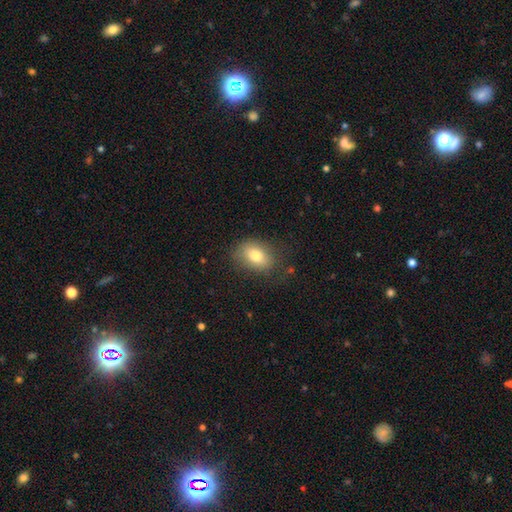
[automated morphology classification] Q: Smooth or featured?
A: smooth (78%); runner-up: featured or disk (13%)
Q: How rounded?
A: in between (79%); runner-up: round (19%)
Q: Merging?
A: none (73%); runner-up: minor disturbance (19%)